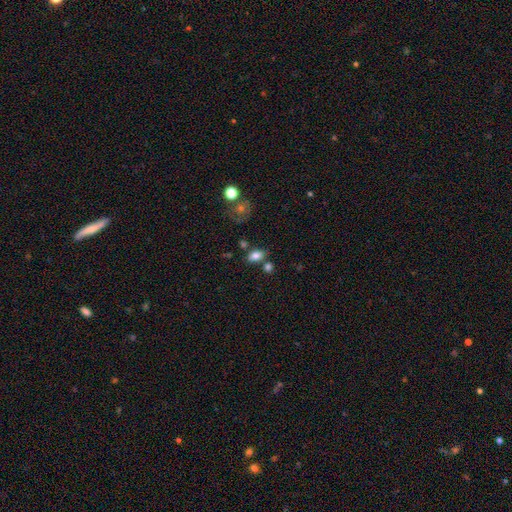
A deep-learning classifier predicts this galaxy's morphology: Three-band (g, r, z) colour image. It shows a smooth galaxy with no disk features (80%) that is in between round and cigar-shaped (85%). Merging: none (69%).